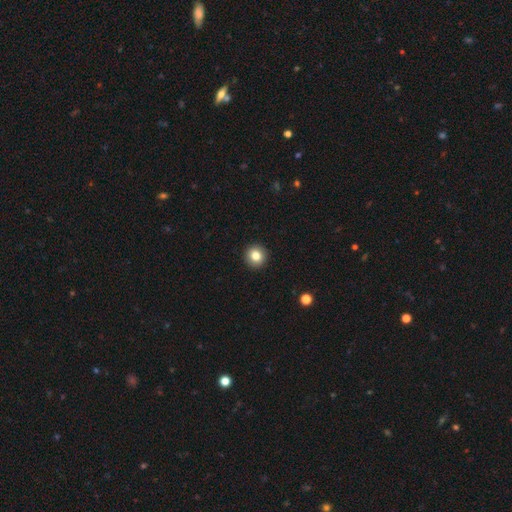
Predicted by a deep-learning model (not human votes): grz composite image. It shows a smooth galaxy with no disk features (82%) that is round (93%). Merging: none (93%).